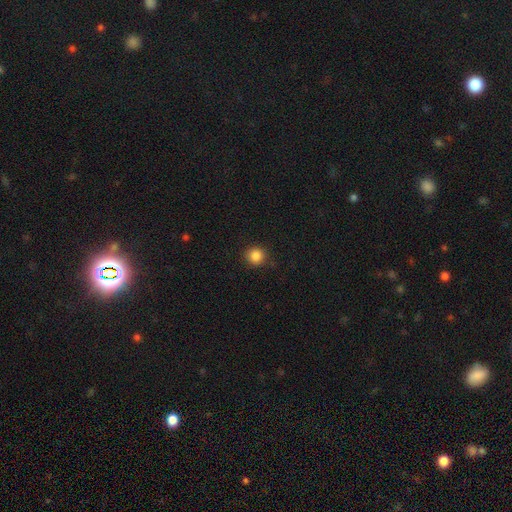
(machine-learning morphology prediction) Smooth or featured? Predicted: smooth (p=0.86). How rounded? Predicted: round (p=0.92). Merging? Predicted: none (p=0.89).